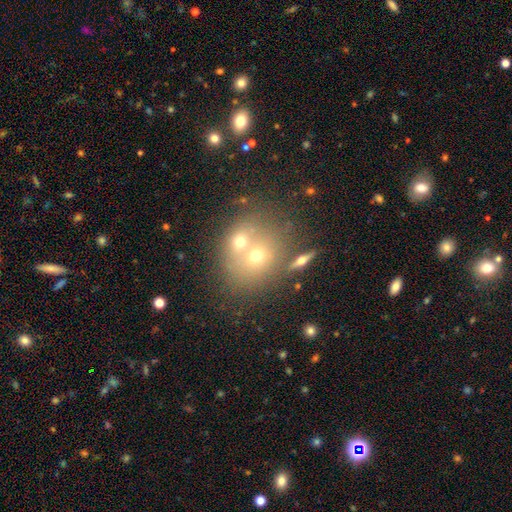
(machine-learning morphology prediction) Smooth or featured: smooth — 56% (featured or disk — 27%)
How rounded: round — 72% (in between — 27%)
Merging: merger — 55% (none — 34%)